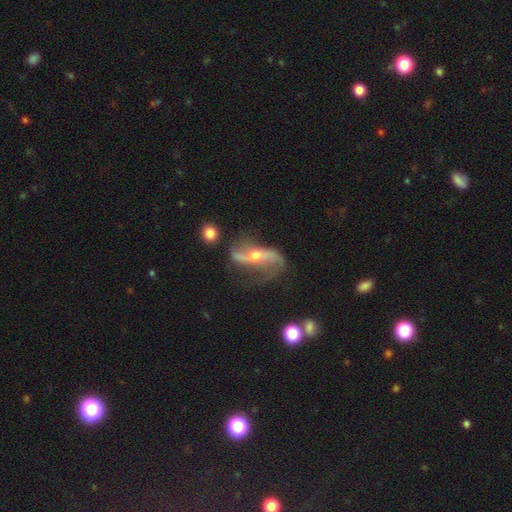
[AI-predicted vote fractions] Smooth or featured?
  - featured or disk: 87% *
  - smooth: 7%
  - star or artifact: 6%
Edge-on disk?
  - no: 84% *
  - yes: 16%
Bar?
  - strong: 43% *
  - no: 32%
  - weak: 25%
Spiral arms?
  - yes: 94% *
  - no: 6%
Spiral winding?
  - loose: 87% *
  - medium: 9%
  - tight: 4%
Spiral arm count?
  - 2: 92% *
  - 1: 2%
  - can't tell: 2%
  - 3: 1%
  - 4: 1%
  - more than 4: 1%
Bulge size?
  - moderate: 48% *
  - small: 47%
  - large: 2%
  - none: 2%
  - dominant: 1%
Merging?
  - none: 64% *
  - minor disturbance: 20%
  - major disturbance: 12%
  - merger: 5%